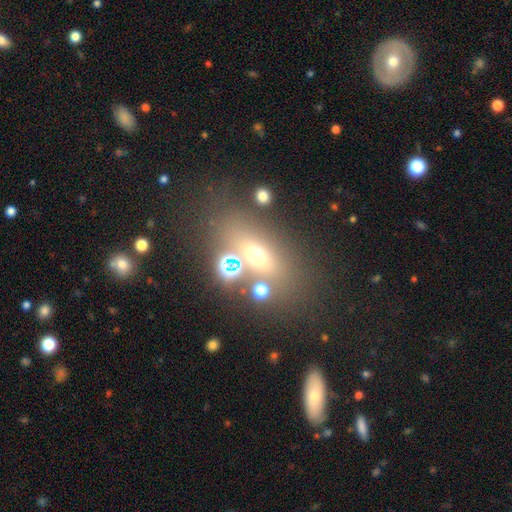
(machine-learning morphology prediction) type=smooth (53%); roundness=in between (63%); merging=none (67%).